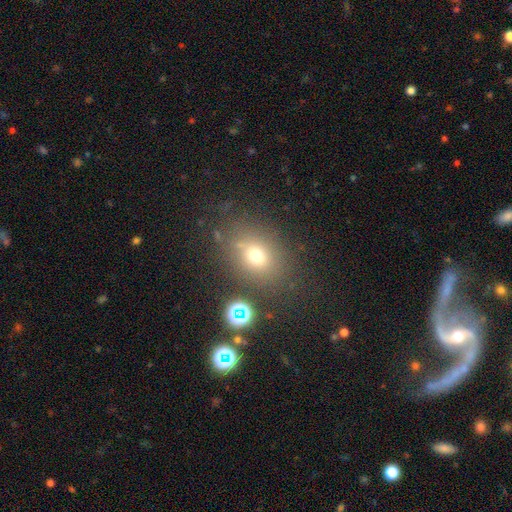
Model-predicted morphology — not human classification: smooth_or_featured: smooth (p=0.68) [alt: star or artifact p=0.19]
how_rounded: round (p=0.52) [alt: in between p=0.46]
merging: none (p=0.73) [alt: minor disturbance p=0.14]